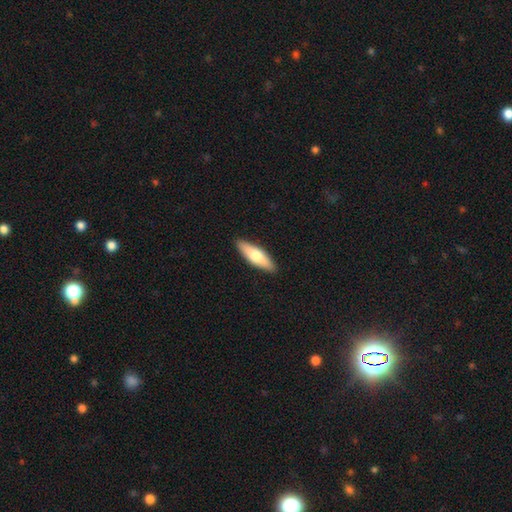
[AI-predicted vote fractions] Smooth or featured?
  - smooth: 63% *
  - featured or disk: 32%
  - star or artifact: 5%
How rounded?
  - cigar-shaped: 51% *
  - in between: 47%
  - round: 2%
Merging?
  - none: 90% *
  - minor disturbance: 8%
  - major disturbance: 2%
  - merger: 1%